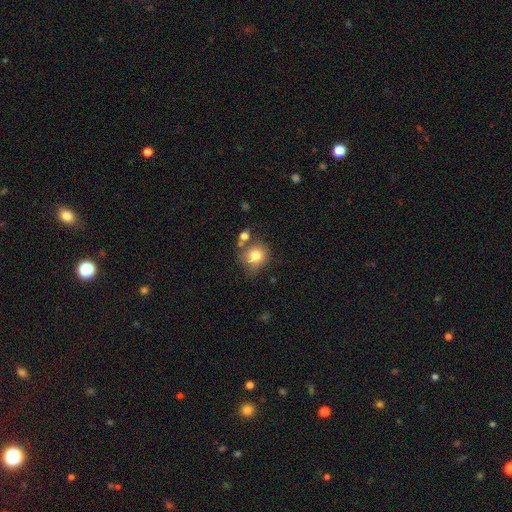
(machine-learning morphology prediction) smooth_or_featured: smooth (p=0.79) [alt: featured or disk p=0.11]
how_rounded: round (p=0.80) [alt: in between p=0.19]
merging: none (p=0.60) [alt: minor disturbance p=0.18]